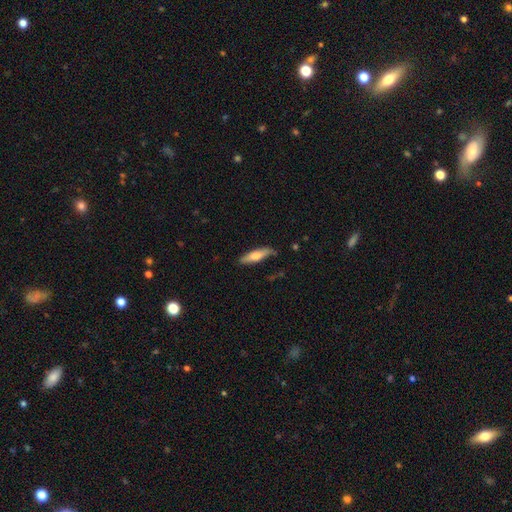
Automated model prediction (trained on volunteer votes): This appears to be a smooth galaxy with no disk features (61%) that is cigar-shaped (71%). Merging: none (78%).